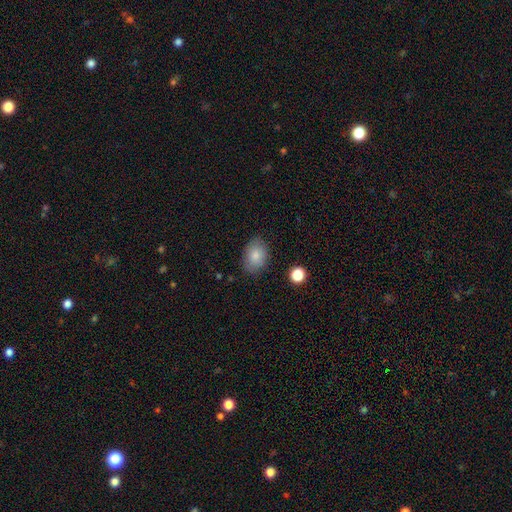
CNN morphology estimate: smooth_or_featured: smooth (p=0.82) [alt: featured or disk p=0.10]
how_rounded: in between (p=0.73) [alt: round p=0.26]
merging: none (p=0.80) [alt: minor disturbance p=0.15]